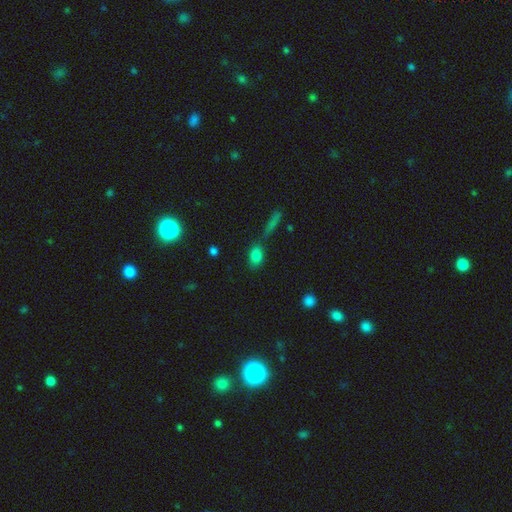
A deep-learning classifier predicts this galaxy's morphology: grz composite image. It shows a smooth galaxy with no disk features (82%) that is in between round and cigar-shaped (80%). Merging: none (66%).